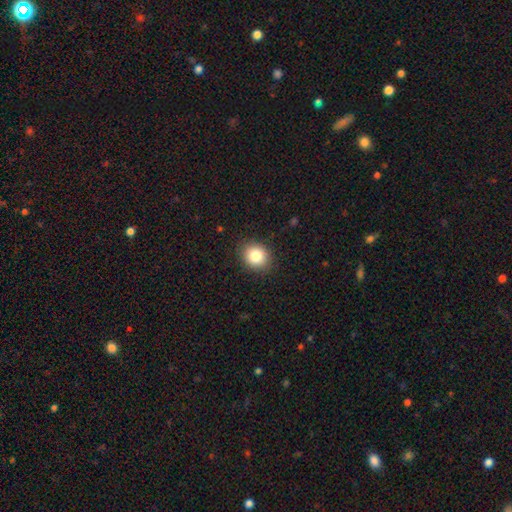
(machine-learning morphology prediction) Smooth or featured: smooth — 84% (star or artifact — 10%)
How rounded: round — 68% (in between — 31%)
Merging: none — 88% (minor disturbance — 8%)